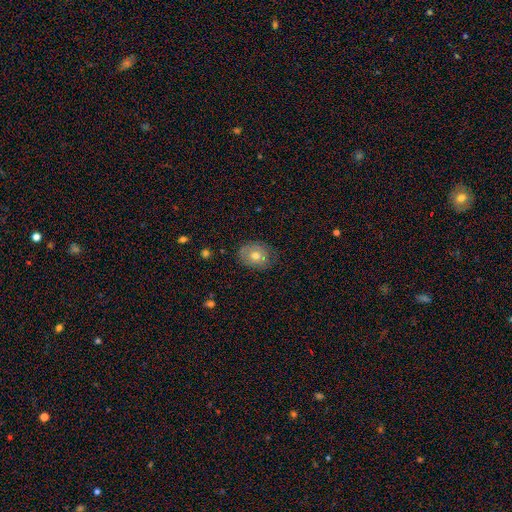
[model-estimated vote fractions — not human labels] This appears to be a smooth galaxy with no disk features (60%) that is in between round and cigar-shaped (50%). Merging: none (75%).